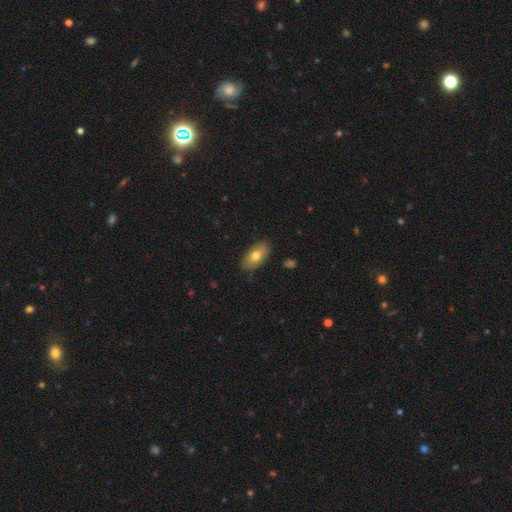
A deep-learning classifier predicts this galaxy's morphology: This appears to be a smooth galaxy with no disk features (73%) that is in between round and cigar-shaped (91%). Merging: none (83%).